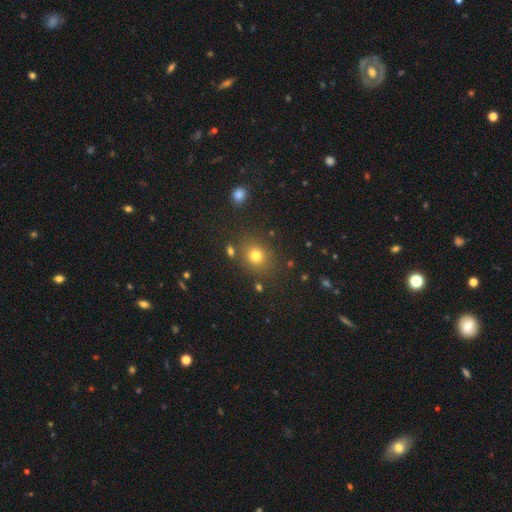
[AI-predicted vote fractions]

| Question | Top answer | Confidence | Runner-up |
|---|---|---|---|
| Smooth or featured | smooth | 76% | star or artifact (16%) |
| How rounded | round | 71% | in between (28%) |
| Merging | none | 80% | minor disturbance (10%) |